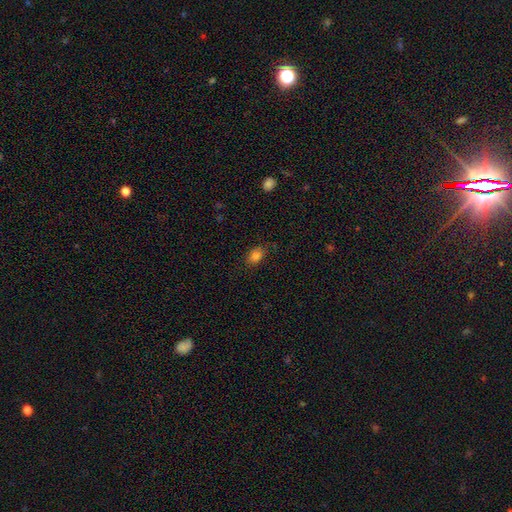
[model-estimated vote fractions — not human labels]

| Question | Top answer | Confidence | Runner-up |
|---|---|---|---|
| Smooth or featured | smooth | 83% | star or artifact (11%) |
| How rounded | in between | 78% | round (21%) |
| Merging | none | 80% | minor disturbance (15%) |